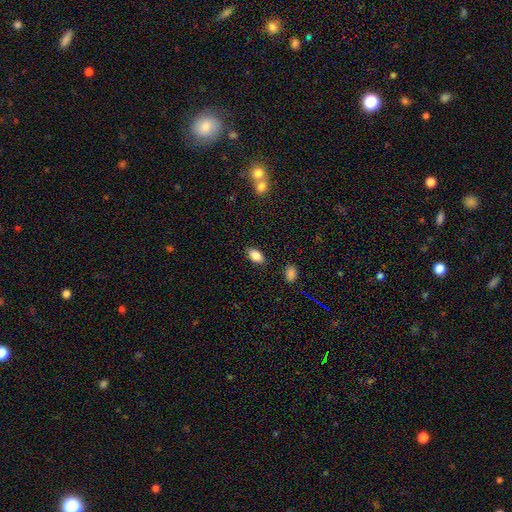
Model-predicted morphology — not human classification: smooth 86%, star or artifact 8%, featured or disk 6%. Down the decision tree: how rounded — in between (91%); merging — none (87%).